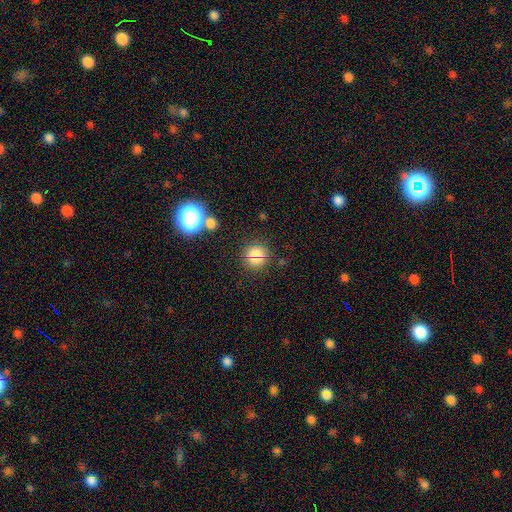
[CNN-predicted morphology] This appears to be a smooth galaxy with no disk features (70%) that is round (89%). Merging: none (78%).